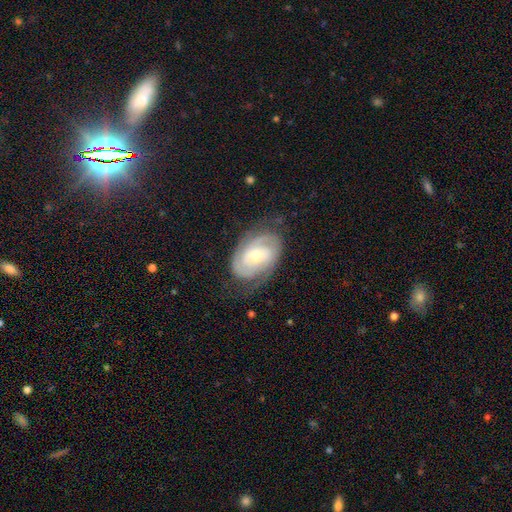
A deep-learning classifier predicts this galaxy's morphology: Smooth or featured?
  - featured or disk: 82% *
  - smooth: 13%
  - star or artifact: 5%
Edge-on disk?
  - no: 96% *
  - yes: 4%
Bar?
  - no: 55% *
  - weak: 35%
  - strong: 10%
Spiral arms?
  - yes: 93% *
  - no: 7%
Spiral winding?
  - tight: 63% *
  - medium: 29%
  - loose: 8%
Spiral arm count?
  - 2: 62% *
  - can't tell: 20%
  - 3: 10%
  - 1: 4%
  - 4: 3%
  - more than 4: 2%
Bulge size?
  - moderate: 56% *
  - small: 40%
  - large: 3%
  - none: 1%
  - dominant: 1%
Merging?
  - none: 71% *
  - minor disturbance: 19%
  - major disturbance: 9%
  - merger: 1%